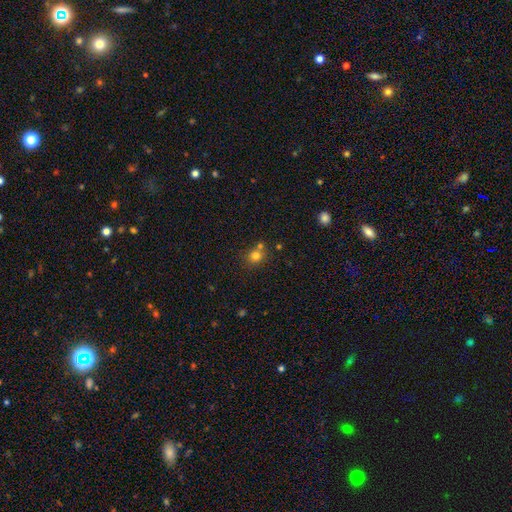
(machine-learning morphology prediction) Smooth or featured? Predicted: smooth (p=0.78). How rounded? Predicted: round (p=0.83). Merging? Predicted: none (p=0.64).